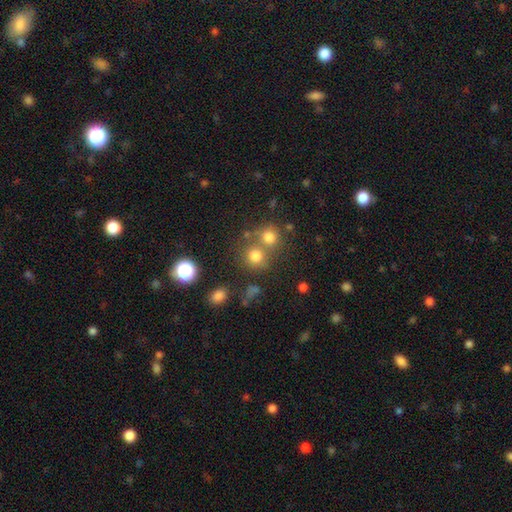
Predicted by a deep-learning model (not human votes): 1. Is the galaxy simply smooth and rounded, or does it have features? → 73% smooth, 18% star or artifact, 9% featured or disk.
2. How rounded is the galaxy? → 87% round, 12% in between, 1% cigar-shaped.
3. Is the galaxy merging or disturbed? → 57% none, 32% merger, 8% minor disturbance, 4% major disturbance.